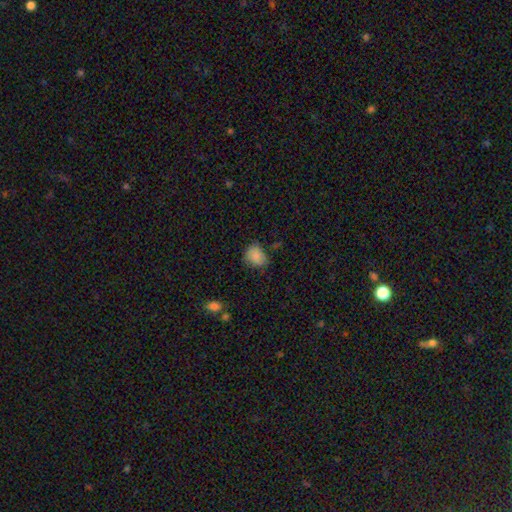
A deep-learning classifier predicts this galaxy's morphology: Smooth or featured?
  - smooth: 84% *
  - star or artifact: 10%
  - featured or disk: 7%
How rounded?
  - in between: 54% *
  - round: 45%
  - cigar-shaped: 1%
Merging?
  - none: 61% *
  - minor disturbance: 29%
  - major disturbance: 7%
  - merger: 3%